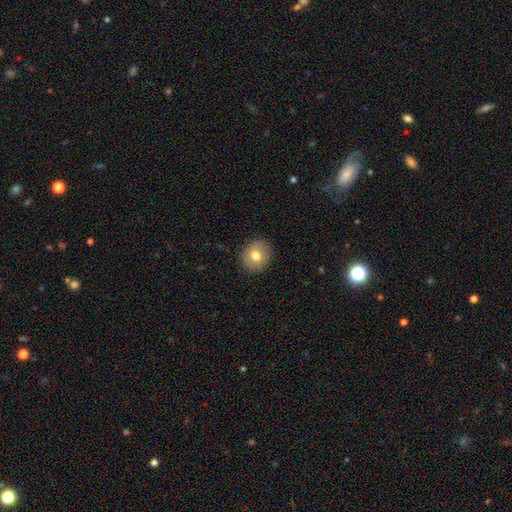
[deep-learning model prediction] smooth_or_featured: smooth (p=0.72) [alt: featured or disk p=0.20]
how_rounded: round (p=0.72) [alt: in between p=0.27]
merging: none (p=0.88) [alt: minor disturbance p=0.09]